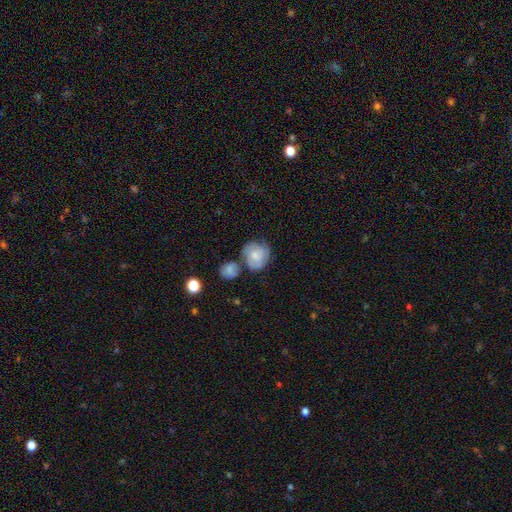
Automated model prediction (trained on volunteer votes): smooth 58%, featured or disk 34%, star or artifact 8%. Down the decision tree: how rounded — round (77%); merging — none (48%).